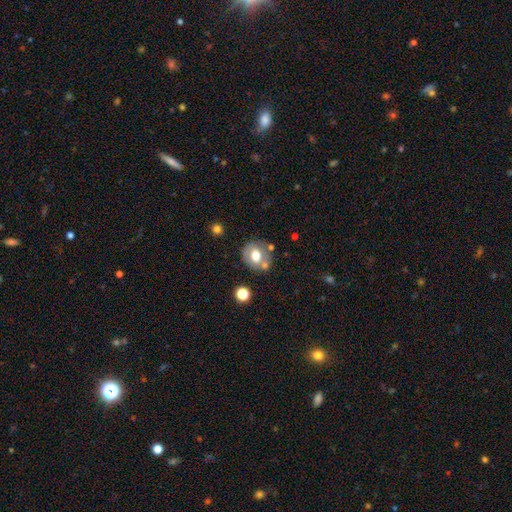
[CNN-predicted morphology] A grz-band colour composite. It shows a smooth galaxy with no disk features (61%) that is round (67%). Merging: none (63%).